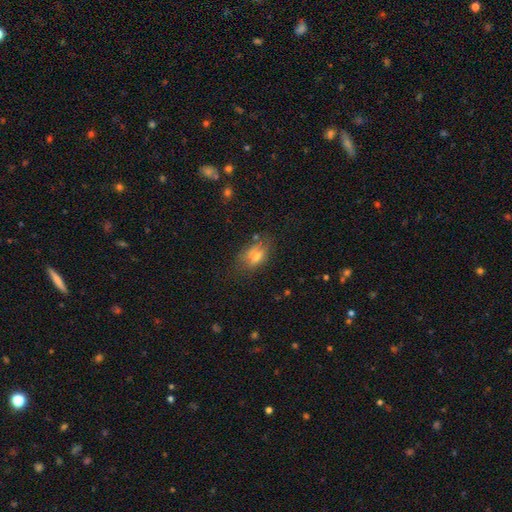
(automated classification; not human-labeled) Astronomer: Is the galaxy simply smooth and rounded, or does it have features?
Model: smooth — 60%.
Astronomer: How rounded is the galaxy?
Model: in between — 79%.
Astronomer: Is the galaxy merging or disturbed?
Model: none — 64%.